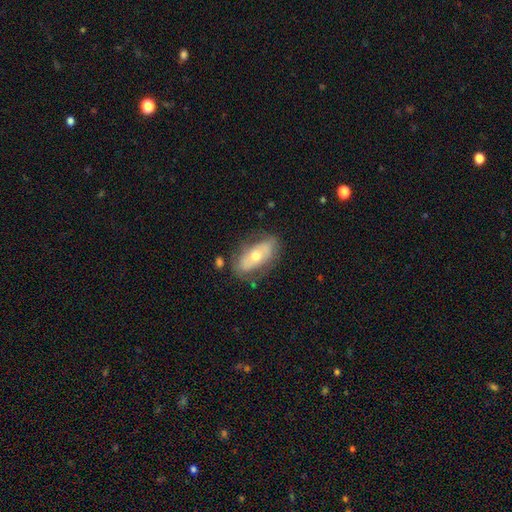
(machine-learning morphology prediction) smooth-or-featured: featured or disk: 47% (tied) | smooth: 47% (tied) | star or artifact: 6%
  merging: none: 71% | minor disturbance: 19% | major disturbance: 7% | merger: 3%